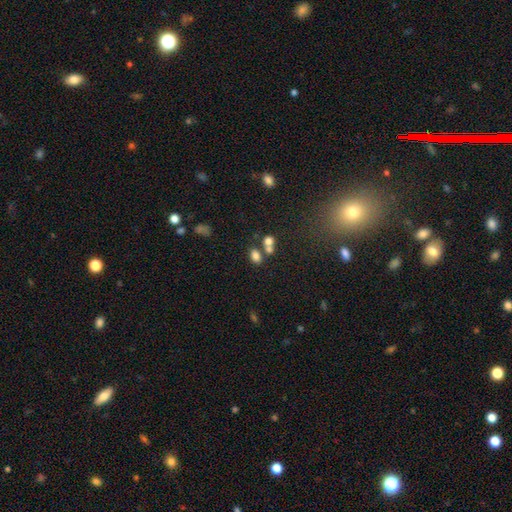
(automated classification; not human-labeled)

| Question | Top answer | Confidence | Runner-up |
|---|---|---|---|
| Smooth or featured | smooth | 77% | star or artifact (14%) |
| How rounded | in between | 74% | round (25%) |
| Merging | none | 46% | merger (39%) |